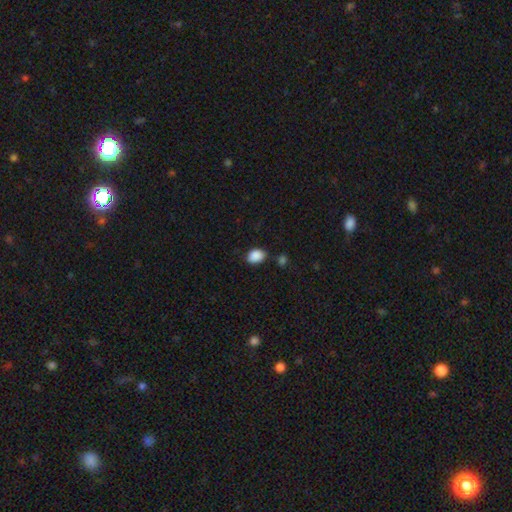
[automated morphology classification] This is clearly a smooth galaxy (89%). How rounded: likely in between (75%). Merging: likely none (77%).